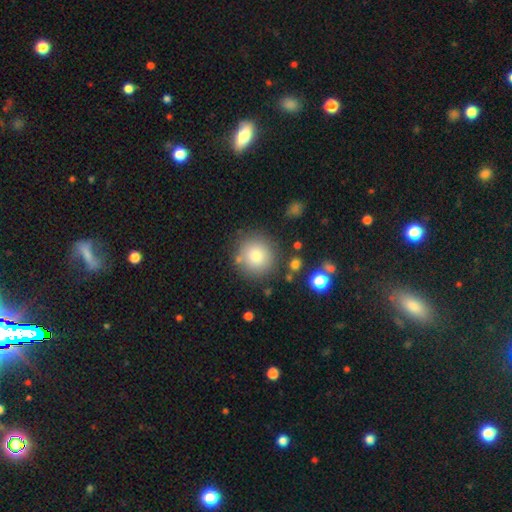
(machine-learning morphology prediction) A smooth galaxy with no disk features (80%) that is round (92%).

Vote fractions:
- Smooth or featured? smooth: 80% / star or artifact: 11% / featured or disk: 9%
- How rounded? round: 92% / in between: 7% / cigar-shaped: 1%
- Merging? none: 81% / minor disturbance: 10% / merger: 5% / major disturbance: 4%